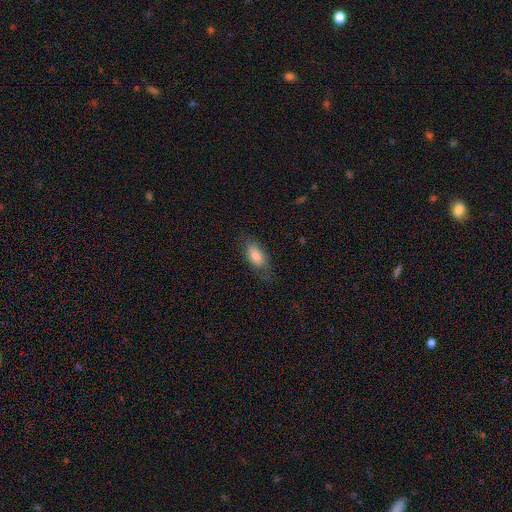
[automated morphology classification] Smooth or featured: smooth — 80% (featured or disk — 13%)
How rounded: in between — 89% (cigar-shaped — 8%)
Merging: none — 67% (minor disturbance — 22%)